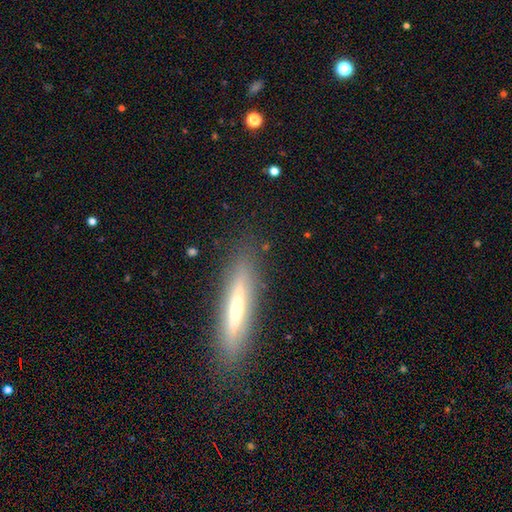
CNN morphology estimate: The model was most divided on "smooth or featured": smooth: 50%, featured or disk: 40%, star or artifact: 10%. More confident: how rounded — cigar-shaped (89%); merging — none (87%).